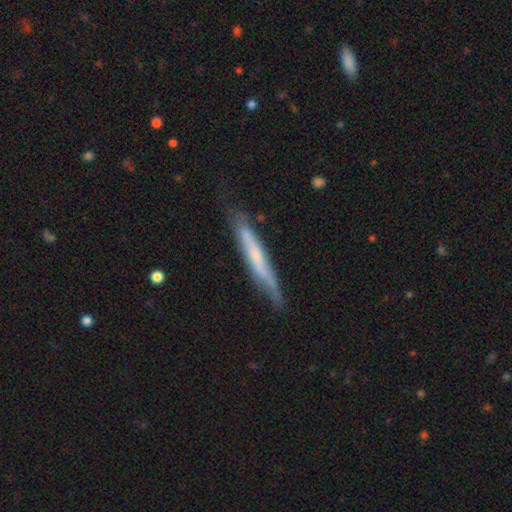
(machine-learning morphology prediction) Smooth or featured? Predicted: featured or disk (p=0.51). Edge-on disk? Predicted: yes (p=0.82). Merging? Predicted: none (p=0.67).